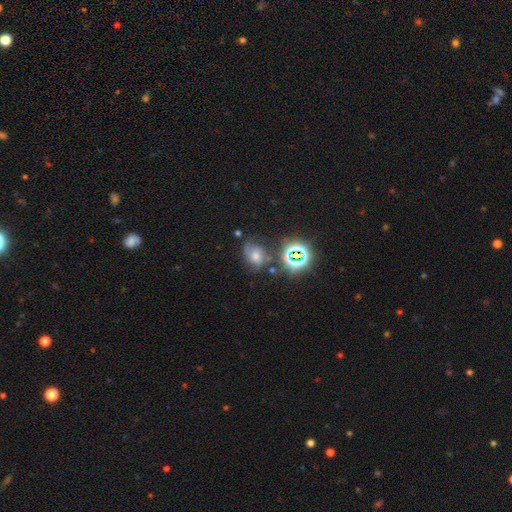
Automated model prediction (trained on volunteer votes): Smooth or featured: star or artifact — 38% (smooth — 32%)